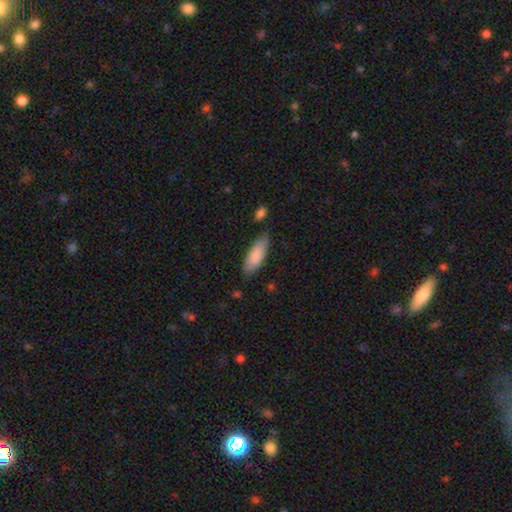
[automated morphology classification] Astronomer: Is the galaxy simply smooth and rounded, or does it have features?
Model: smooth — 85%.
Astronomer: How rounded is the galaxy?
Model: in between — 67%.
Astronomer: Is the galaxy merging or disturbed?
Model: none — 77%.